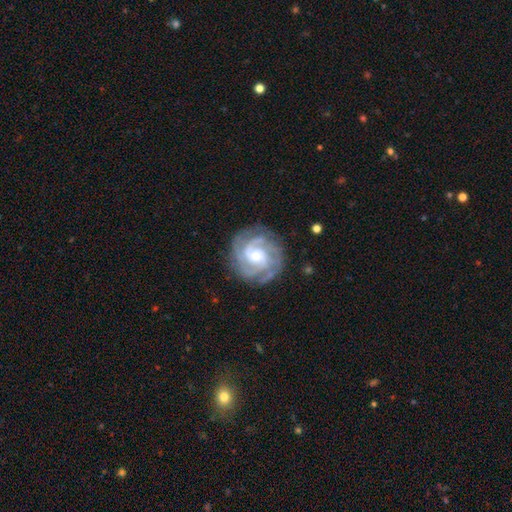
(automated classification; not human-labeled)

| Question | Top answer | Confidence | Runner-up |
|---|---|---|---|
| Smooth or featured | featured or disk | 89% | smooth (6%) |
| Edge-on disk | no | 98% | yes (2%) |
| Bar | no | 62% | weak (31%) |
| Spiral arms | yes | 98% | no (2%) |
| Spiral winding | tight | 66% | medium (30%) |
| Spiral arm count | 3 | 41% | 2 (17%) |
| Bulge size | moderate | 47% | small (40%) |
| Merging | none | 80% | minor disturbance (13%) |